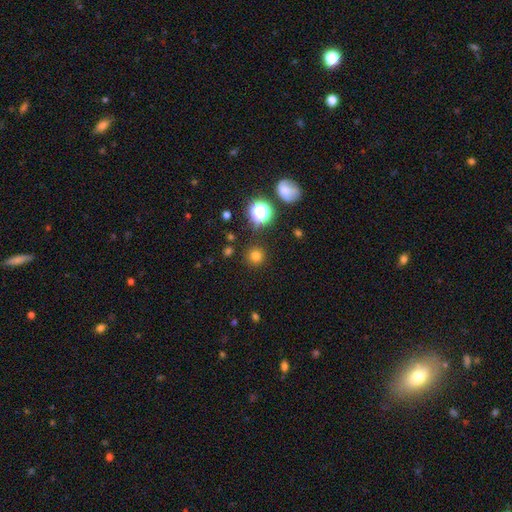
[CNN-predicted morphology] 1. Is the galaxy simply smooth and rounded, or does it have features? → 75% smooth, 20% star or artifact, 5% featured or disk.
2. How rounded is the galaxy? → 94% round, 5% in between, 1% cigar-shaped.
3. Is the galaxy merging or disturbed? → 89% none, 6% minor disturbance, 3% major disturbance, 2% merger.